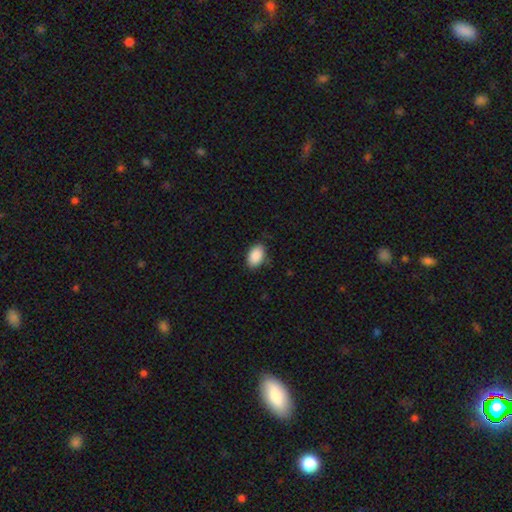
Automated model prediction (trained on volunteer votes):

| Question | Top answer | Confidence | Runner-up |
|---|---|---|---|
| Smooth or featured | smooth | 90% | star or artifact (7%) |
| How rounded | in between | 91% | round (8%) |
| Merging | none | 84% | minor disturbance (13%) |